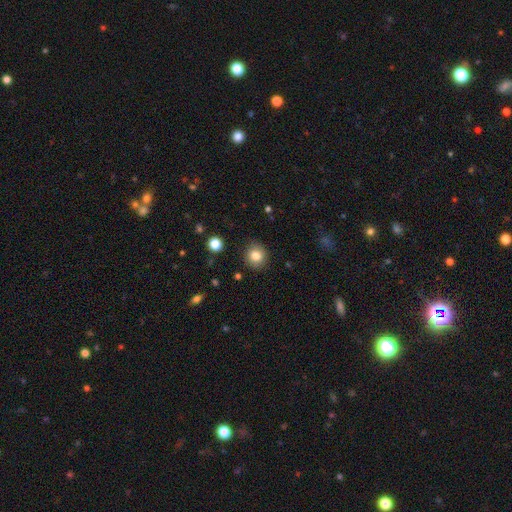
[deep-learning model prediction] Smooth or featured? Predicted: smooth (p=0.83). How rounded? Predicted: round (p=0.85). Merging? Predicted: none (p=0.88).